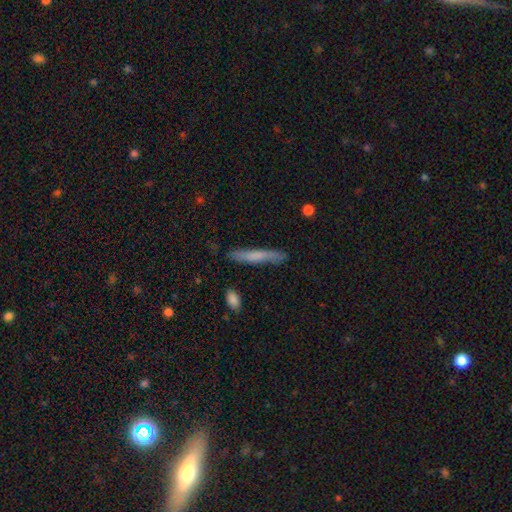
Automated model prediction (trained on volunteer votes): Q: Smooth or featured?
A: smooth (64%); runner-up: featured or disk (30%)
Q: How rounded?
A: cigar-shaped (94%); runner-up: in between (5%)
Q: Merging?
A: none (80%); runner-up: minor disturbance (15%)